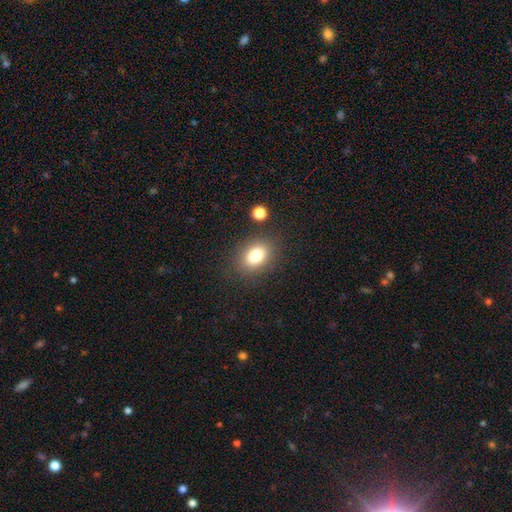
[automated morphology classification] Smooth or featured: smooth — 80% (star or artifact — 11%)
How rounded: in between — 71% (round — 27%)
Merging: none — 82% (minor disturbance — 11%)